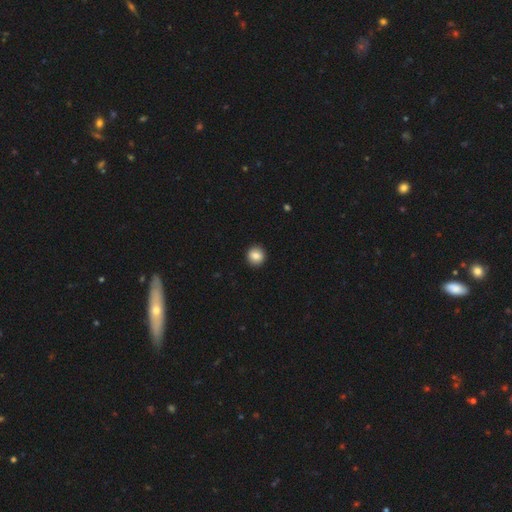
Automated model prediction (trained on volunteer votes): Smooth or featured?
  - smooth: 84% *
  - star or artifact: 9%
  - featured or disk: 7%
How rounded?
  - round: 92% *
  - in between: 7%
  - cigar-shaped: 1%
Merging?
  - none: 93% *
  - minor disturbance: 5%
  - major disturbance: 2%
  - merger: 1%